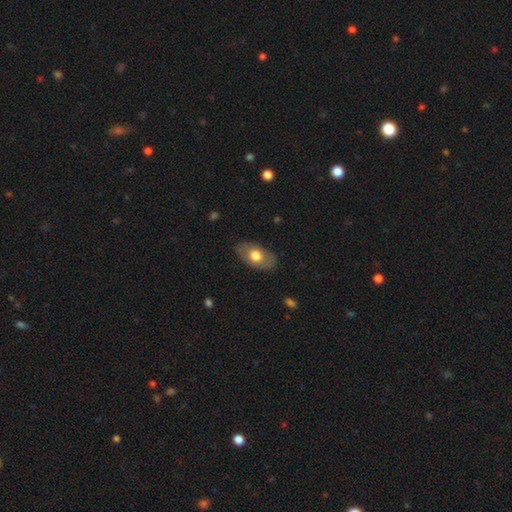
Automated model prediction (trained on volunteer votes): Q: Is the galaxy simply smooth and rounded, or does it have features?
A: smooth — 63%.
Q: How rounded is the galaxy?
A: in between — 89%.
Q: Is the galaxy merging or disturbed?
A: none — 79%.